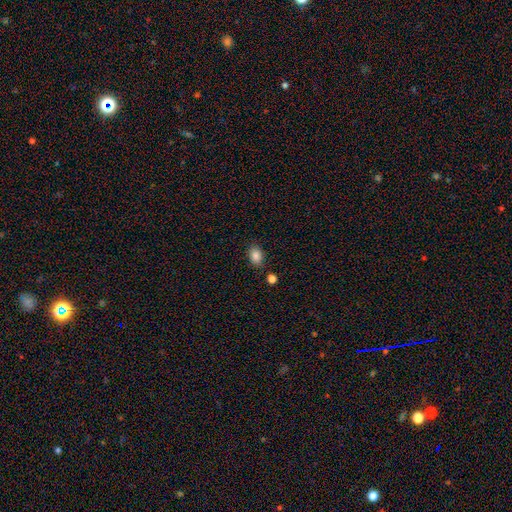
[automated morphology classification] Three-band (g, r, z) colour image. It shows a smooth galaxy with no disk features (86%) that is in between round and cigar-shaped (81%). Merging: none (81%).